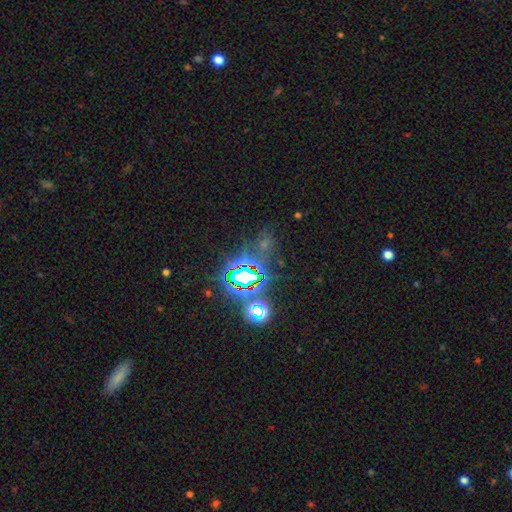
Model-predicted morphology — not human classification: The model was most divided on "smooth or featured": star or artifact: 79%, smooth: 12%, featured or disk: 9%.